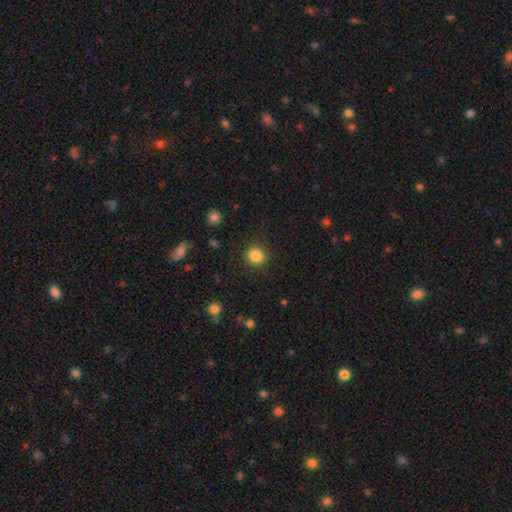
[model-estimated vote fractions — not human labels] Overall: smooth (86%). How rounded: round (91%). Merging: none (90%).